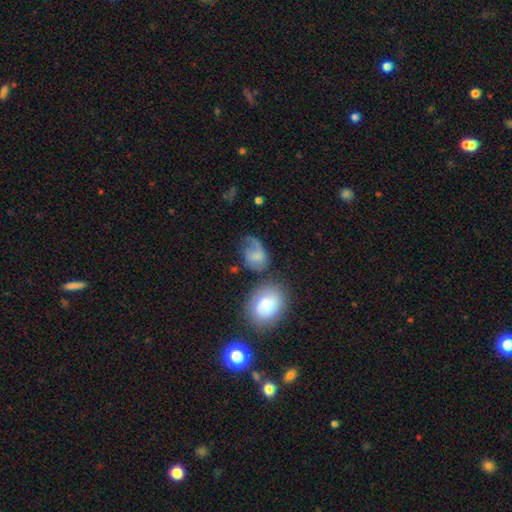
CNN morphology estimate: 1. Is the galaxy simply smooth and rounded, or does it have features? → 61% smooth, 29% featured or disk, 10% star or artifact.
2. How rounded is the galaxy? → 65% in between, 33% round, 1% cigar-shaped.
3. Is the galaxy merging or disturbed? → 32% none, 29% major disturbance, 26% minor disturbance, 13% merger.